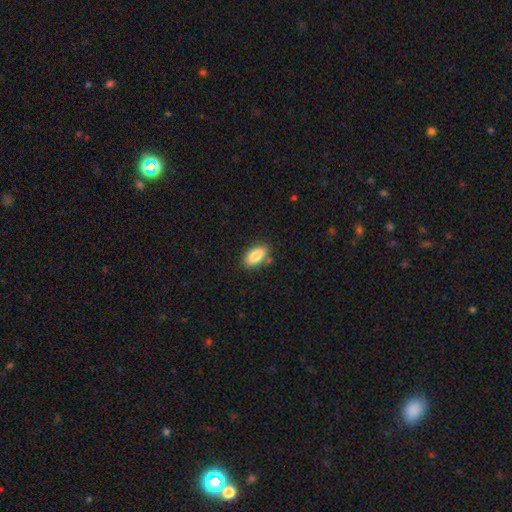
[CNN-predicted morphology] A smooth galaxy with no disk features (86%) that is in between round and cigar-shaped (89%).

Vote fractions:
- Smooth or featured? smooth: 86% / star or artifact: 7% / featured or disk: 7%
- How rounded? in between: 89% / cigar-shaped: 8% / round: 3%
- Merging? none: 82% / minor disturbance: 12% / merger: 3% / major disturbance: 3%